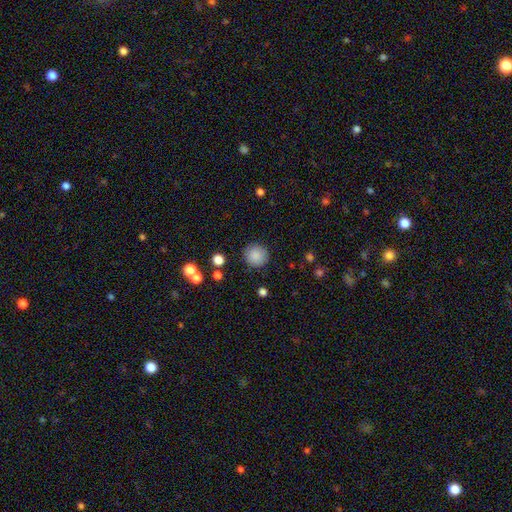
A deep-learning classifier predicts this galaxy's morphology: Q: Smooth or featured?
A: smooth (87%); runner-up: star or artifact (9%)
Q: How rounded?
A: round (94%); runner-up: in between (5%)
Q: Merging?
A: none (89%); runner-up: minor disturbance (7%)